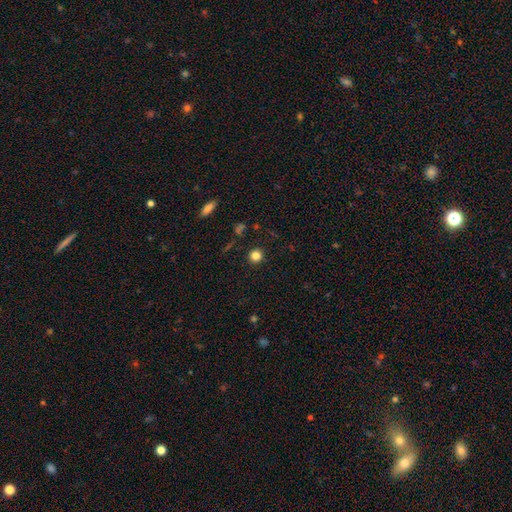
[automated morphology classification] type=smooth (81%); roundness=round (92%); merging=none (91%).